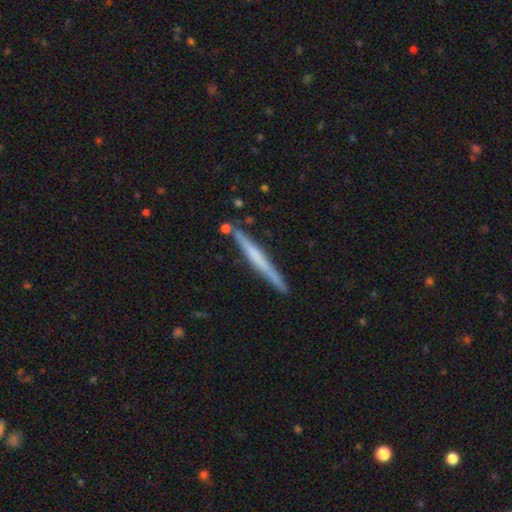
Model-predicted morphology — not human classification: Smooth or featured? featured or disk (51%)
Edge-on disk? yes (97%)
Merging? none (86%)